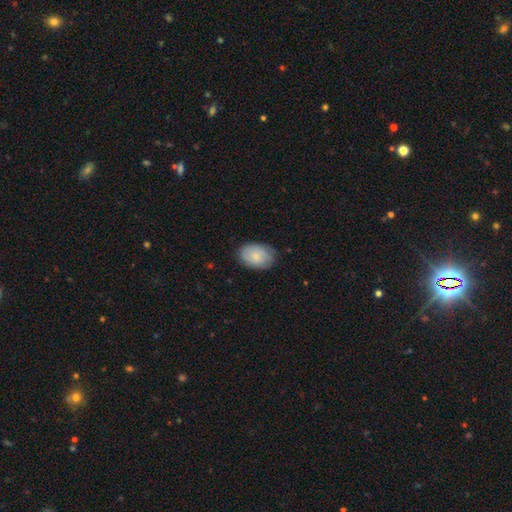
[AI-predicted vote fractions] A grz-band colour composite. It shows a smooth galaxy with no disk features (81%) that is in between round and cigar-shaped (84%). Merging: none (79%).